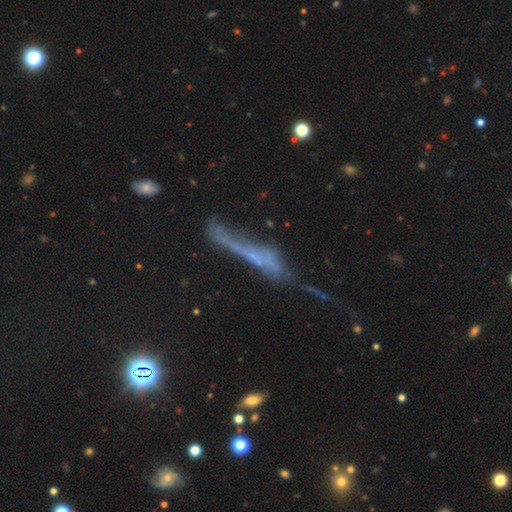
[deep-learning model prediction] featured or disk 53%, smooth 29%, star or artifact 18%. Down the decision tree: edge-on disk — yes (60%); merging — major disturbance (37%).